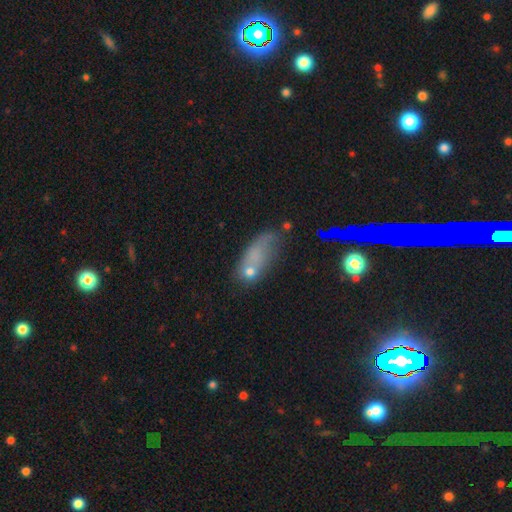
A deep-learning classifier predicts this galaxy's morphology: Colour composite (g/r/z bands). It shows a smooth galaxy with no disk features (58%) that is in between round and cigar-shaped (69%). Merging: none (35%).